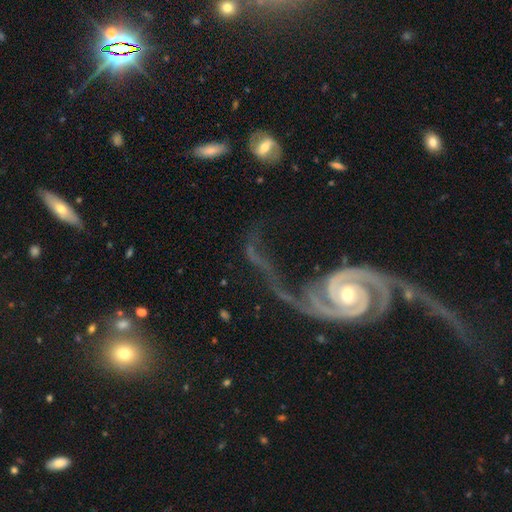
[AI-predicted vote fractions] This is clearly a featured or disk galaxy (87%). It is clearly not viewed edge-on (94%). Bar: possibly no (53%). Spiral arm pattern: clearly yes (95%). Spiral arm count: clearly 2 (81%). Spiral winding: marginally medium (36%). Central bulge: possibly moderate (55%). Merging: marginally major disturbance (37%).